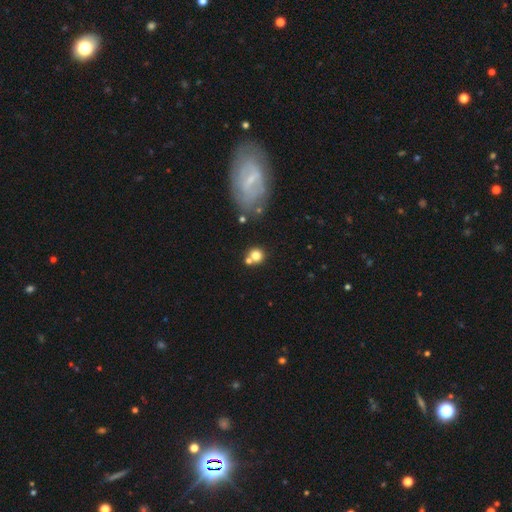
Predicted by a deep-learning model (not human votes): Overall: smooth (76%). How rounded: round (88%). Merging: none (60%; merger 25%).